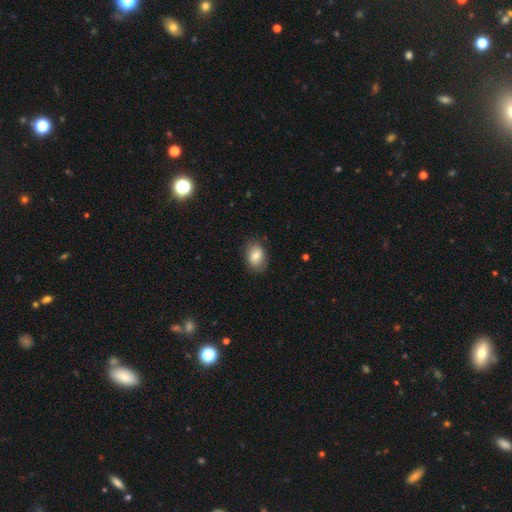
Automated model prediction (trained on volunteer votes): Overall: smooth (74%). How rounded: in between (77%). Merging: none (79%).